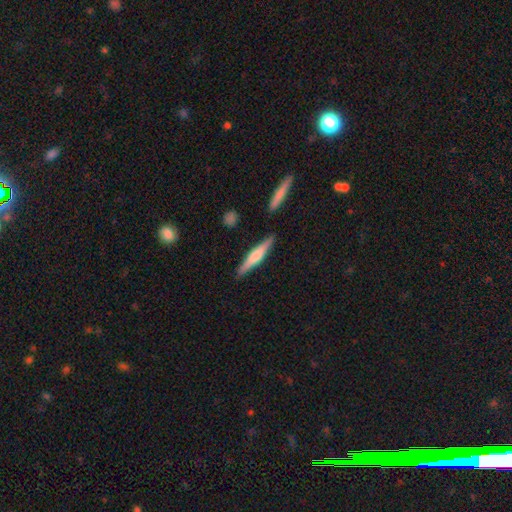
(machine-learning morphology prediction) Smooth or featured? featured or disk (49%)
Merging? none (87%)